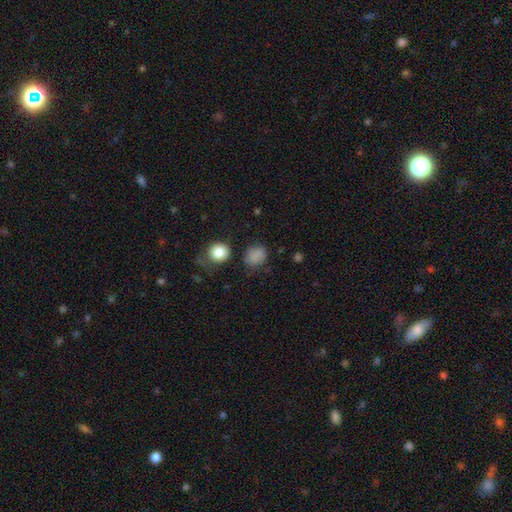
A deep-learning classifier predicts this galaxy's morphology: type=smooth (83%); roundness=round (59%); merging=none (70%).